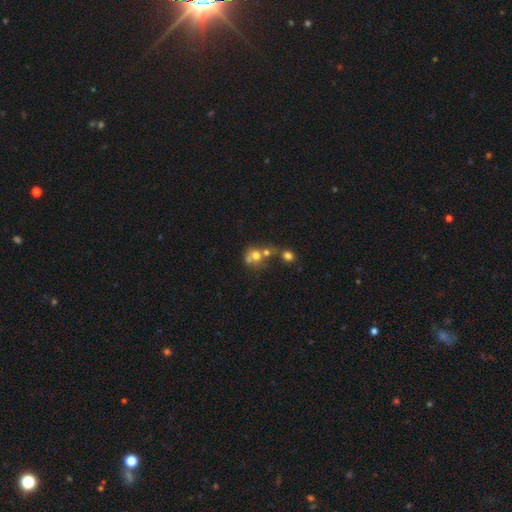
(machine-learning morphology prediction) A smooth galaxy with no disk features (63%) that is round (73%).

Vote fractions:
- Smooth or featured? smooth: 63% / featured or disk: 22% / star or artifact: 15%
- How rounded? round: 73% / in between: 26% / cigar-shaped: 1%
- Merging? merger: 54% / none: 30% / minor disturbance: 9% / major disturbance: 7%